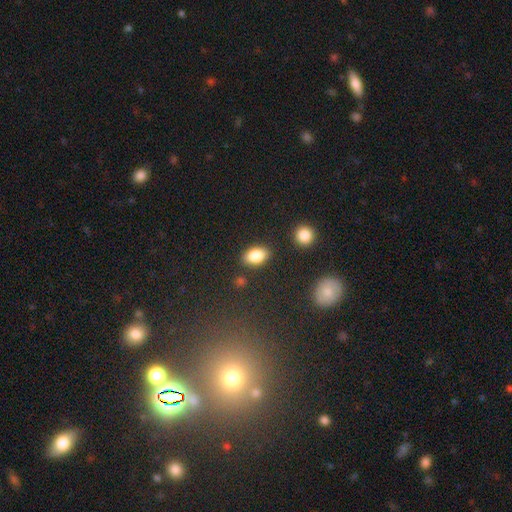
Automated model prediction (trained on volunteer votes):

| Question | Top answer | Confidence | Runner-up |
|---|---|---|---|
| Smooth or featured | smooth | 84% | featured or disk (8%) |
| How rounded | in between | 90% | round (7%) |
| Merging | none | 84% | minor disturbance (10%) |